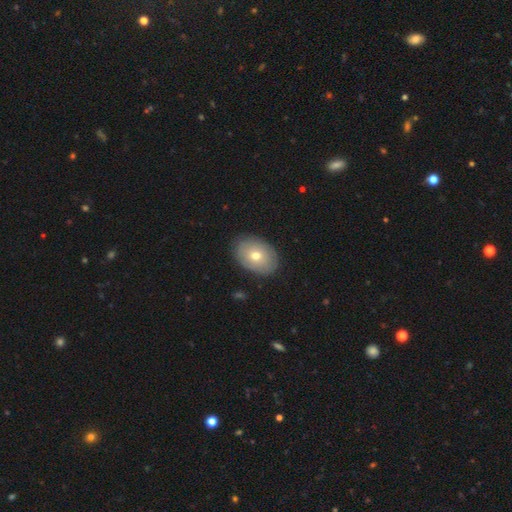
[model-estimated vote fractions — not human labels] Morphology: type=smooth (68%); roundness=in between (81%); merging=none (86%).